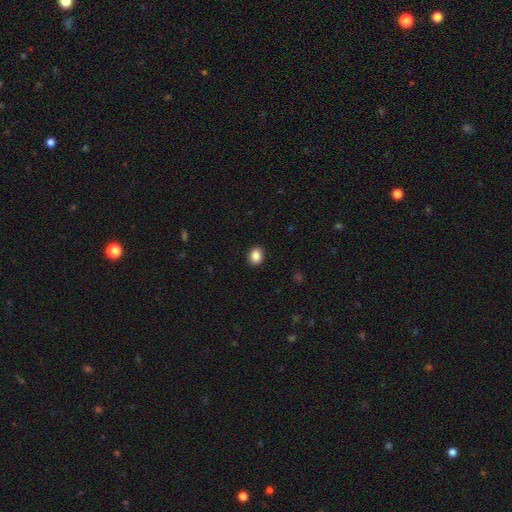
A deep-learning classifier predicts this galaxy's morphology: Smooth or featured? smooth (87%)
How rounded? round (51%)
Merging? none (91%)